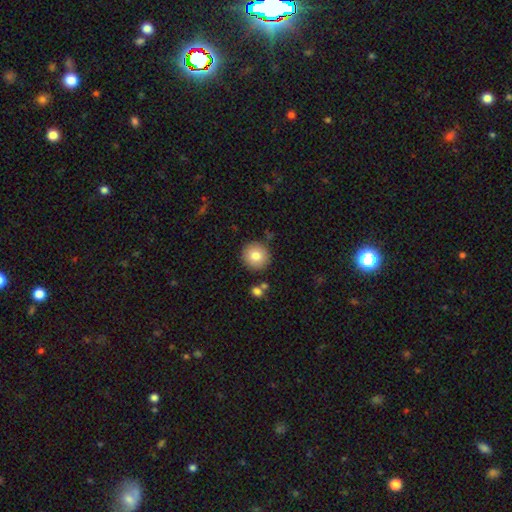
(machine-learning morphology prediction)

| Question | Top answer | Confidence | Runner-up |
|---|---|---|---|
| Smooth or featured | smooth | 81% | featured or disk (10%) |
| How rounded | round | 94% | in between (5%) |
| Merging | none | 85% | minor disturbance (8%) |